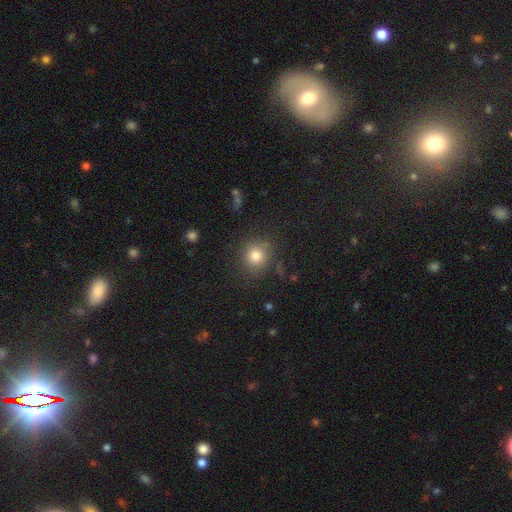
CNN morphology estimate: The model was most divided on "smooth or featured": smooth: 80%, star or artifact: 13%, featured or disk: 7%. More confident: how rounded — round (86%); merging — none (82%).